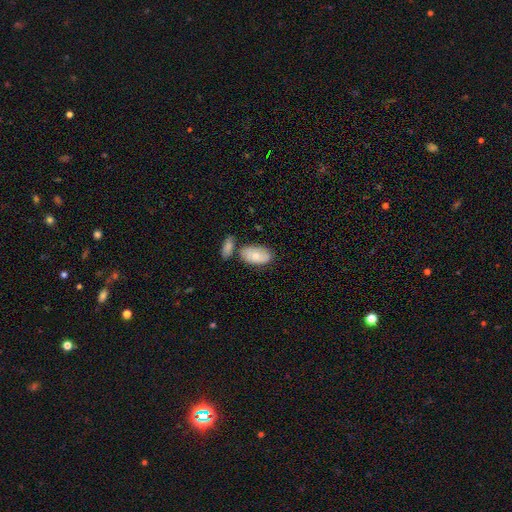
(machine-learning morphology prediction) The model was most divided on "merging": none: 55%, merger: 22%, minor disturbance: 18%, major disturbance: 4%. More confident: how rounded — in between (94%); smooth or featured — smooth (76%).